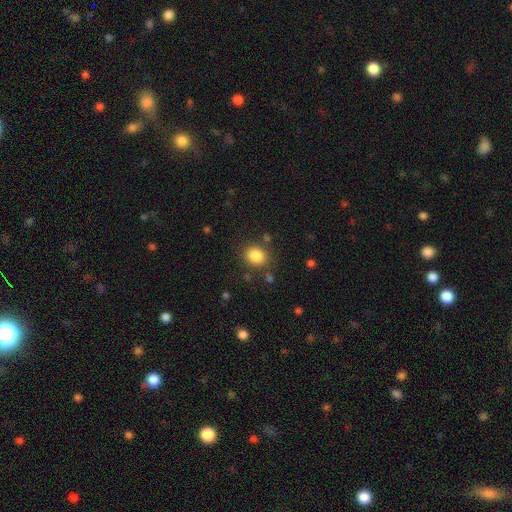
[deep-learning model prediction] Q: Smooth or featured?
A: smooth (84%); runner-up: star or artifact (10%)
Q: How rounded?
A: round (68%); runner-up: in between (31%)
Q: Merging?
A: none (83%); runner-up: minor disturbance (10%)